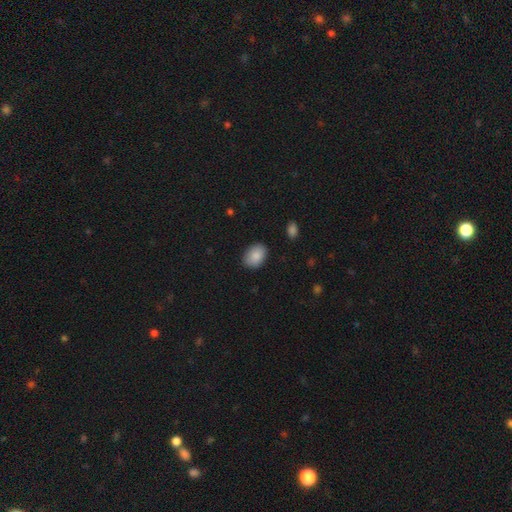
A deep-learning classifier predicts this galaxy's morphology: This is clearly a smooth galaxy (88%). How rounded: clearly in between (81%). Merging: clearly none (84%).